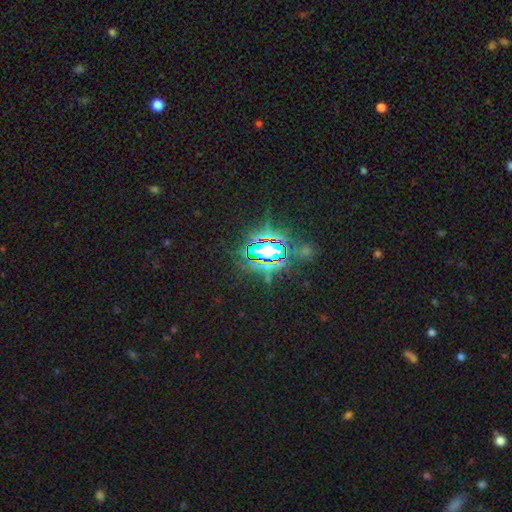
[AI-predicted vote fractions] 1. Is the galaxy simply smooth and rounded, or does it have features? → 85% star or artifact, 9% smooth, 6% featured or disk.